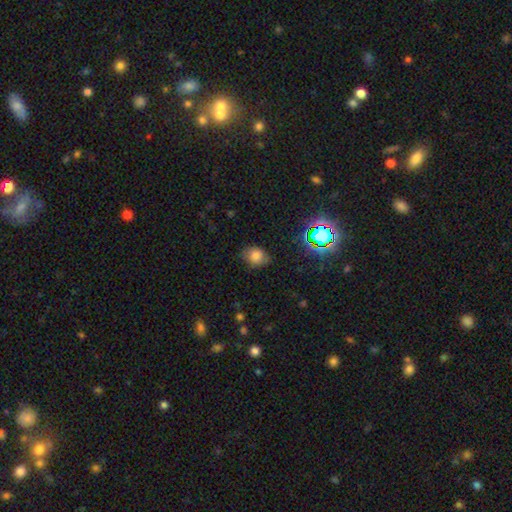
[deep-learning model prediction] smooth_or_featured: smooth (p=0.73) [alt: star or artifact p=0.16]
how_rounded: in between (p=0.54) [alt: round p=0.45]
merging: none (p=0.72) [alt: minor disturbance p=0.21]